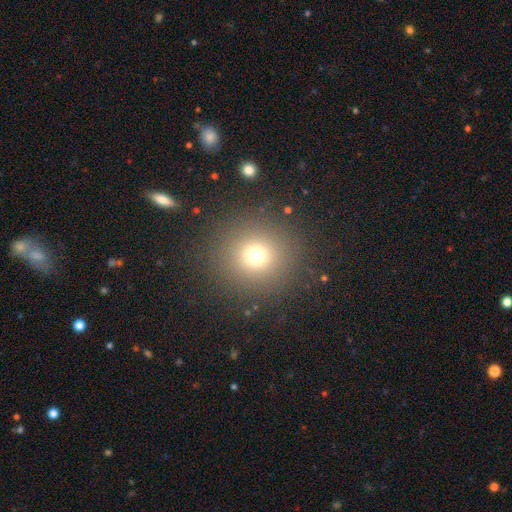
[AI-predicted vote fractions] This appears to be a smooth galaxy with no disk features (70%) that is round (93%). Merging: none (88%).